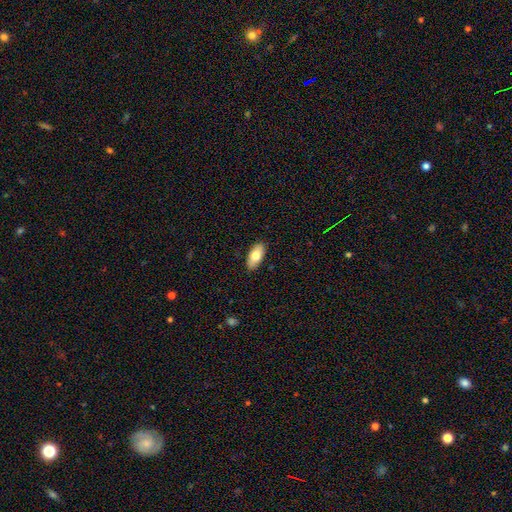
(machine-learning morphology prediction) This appears to be a smooth galaxy with no disk features (76%) that is in between round and cigar-shaped (91%). Merging: none (89%).